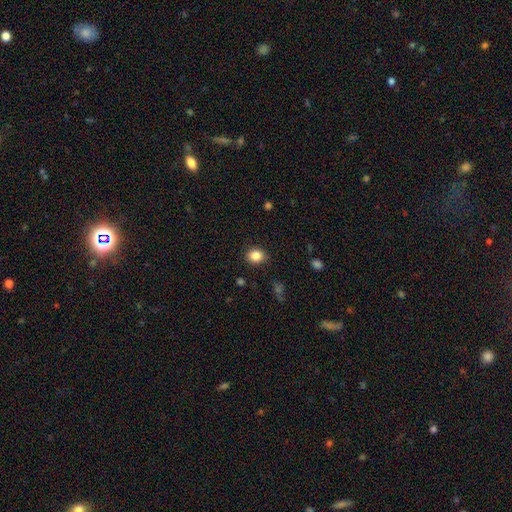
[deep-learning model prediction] This is clearly a smooth galaxy (85%). How rounded: likely round (62%). Merging: clearly none (88%).